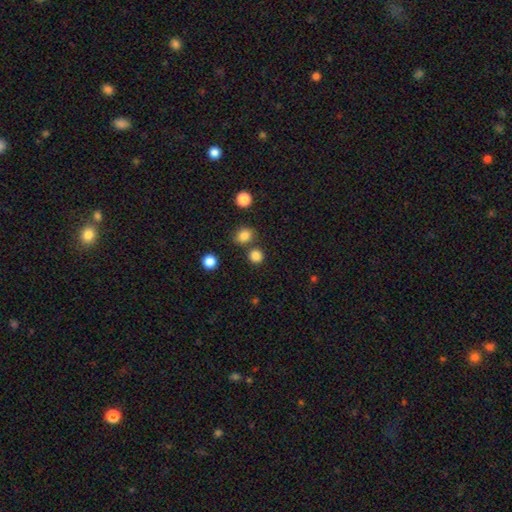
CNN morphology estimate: The model was most divided on "merging": none: 78%, merger: 13%, minor disturbance: 7%, major disturbance: 3%. More confident: how rounded — round (88%); smooth or featured — smooth (82%).